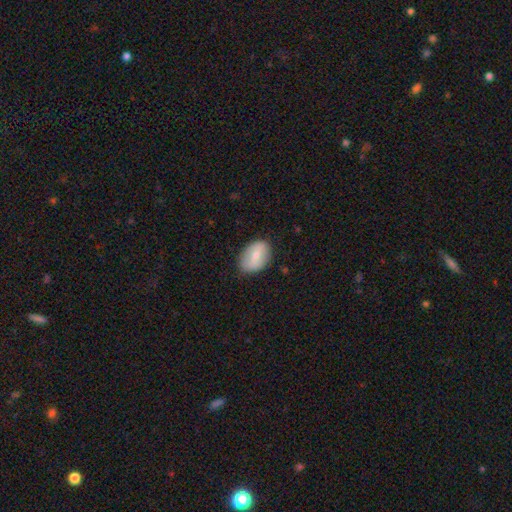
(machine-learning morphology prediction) type=smooth (63%); roundness=in between (82%); merging=none (81%).